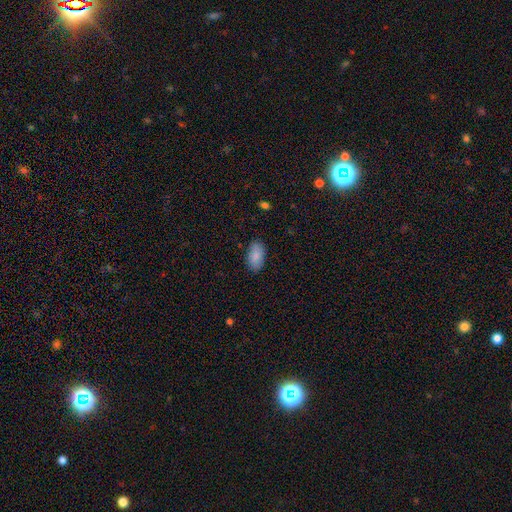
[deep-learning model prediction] A smooth galaxy with no disk features (88%) that is in between round and cigar-shaped (94%).

Vote fractions:
- Smooth or featured? smooth: 88% / star or artifact: 7% / featured or disk: 6%
- How rounded? in between: 94% / round: 3% / cigar-shaped: 3%
- Merging? none: 87% / minor disturbance: 10% / major disturbance: 2% / merger: 1%